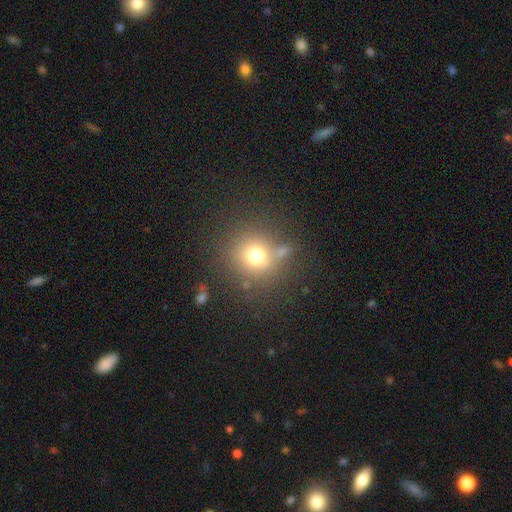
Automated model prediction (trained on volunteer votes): A smooth galaxy with no disk features (71%) that is round (90%).

Vote fractions:
- Smooth or featured? smooth: 71% / star or artifact: 17% / featured or disk: 12%
- How rounded? round: 90% / in between: 9% / cigar-shaped: 1%
- Merging? none: 73% / minor disturbance: 12% / merger: 8% / major disturbance: 7%